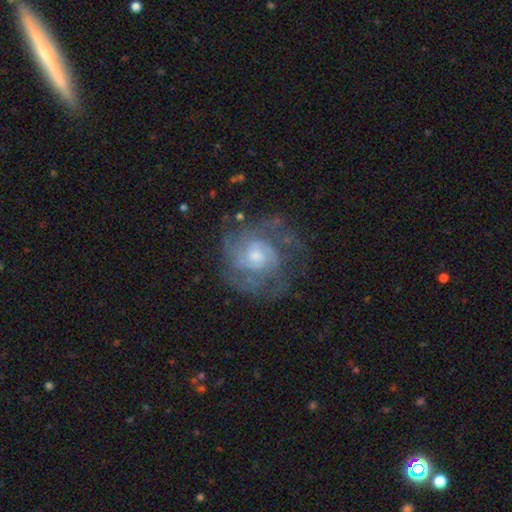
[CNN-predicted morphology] Smooth or featured: featured or disk — 85% (smooth — 8%)
Edge-on disk: no — 98% (yes — 2%)
Bar: no — 62% (weak — 33%)
Spiral arms: yes — 95% (no — 5%)
Spiral winding: tight — 55% (medium — 37%)
Spiral arm count: 2 — 38% (can't tell — 26%)
Bulge size: small — 50% (moderate — 42%)
Merging: none — 67% (minor disturbance — 18%)